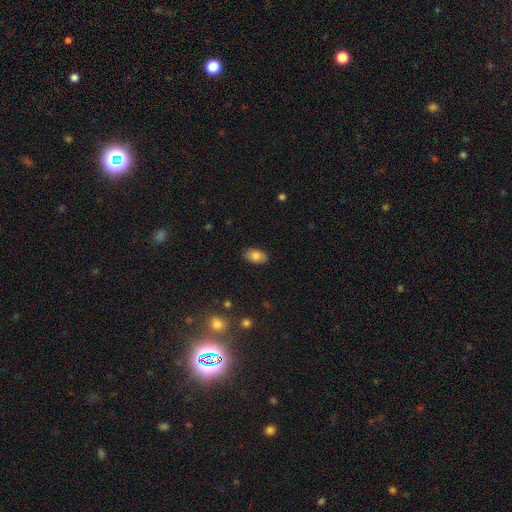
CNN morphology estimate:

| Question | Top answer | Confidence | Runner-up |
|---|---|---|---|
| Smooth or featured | smooth | 84% | featured or disk (8%) |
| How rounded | in between | 92% | round (7%) |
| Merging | none | 87% | minor disturbance (9%) |